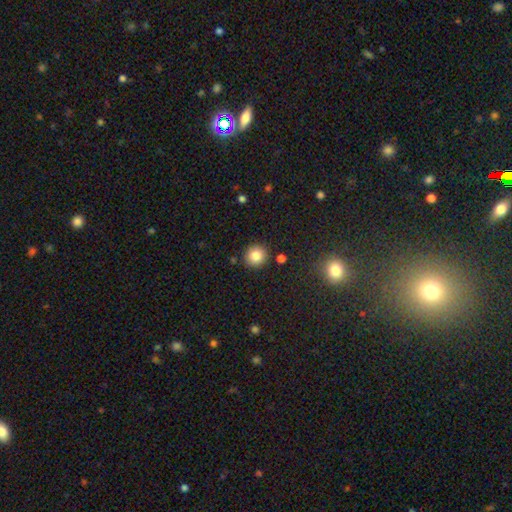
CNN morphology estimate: A smooth galaxy with no disk features (83%) that is round (91%). Merging: none (88%).